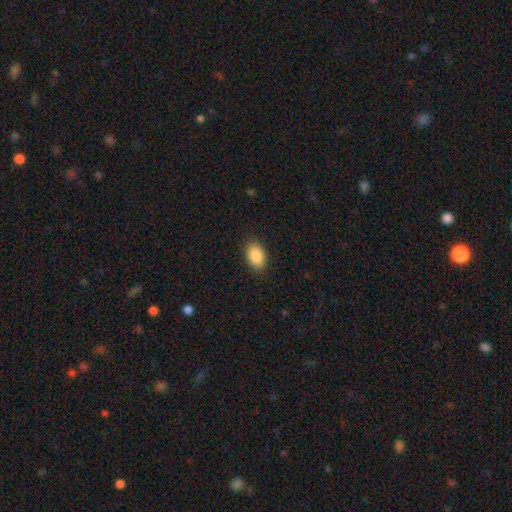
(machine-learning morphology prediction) Smooth or featured? Predicted: smooth (p=0.88). How rounded? Predicted: in between (p=0.90). Merging? Predicted: none (p=0.88).